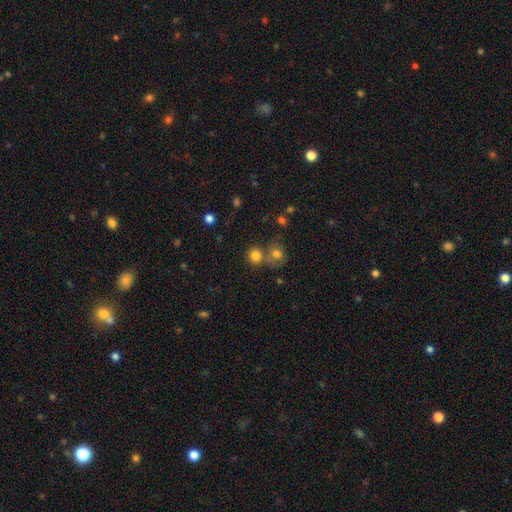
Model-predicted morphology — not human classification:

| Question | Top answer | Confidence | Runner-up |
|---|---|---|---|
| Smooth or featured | smooth | 80% | star or artifact (13%) |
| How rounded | round | 85% | in between (14%) |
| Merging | none | 56% | merger (32%) |